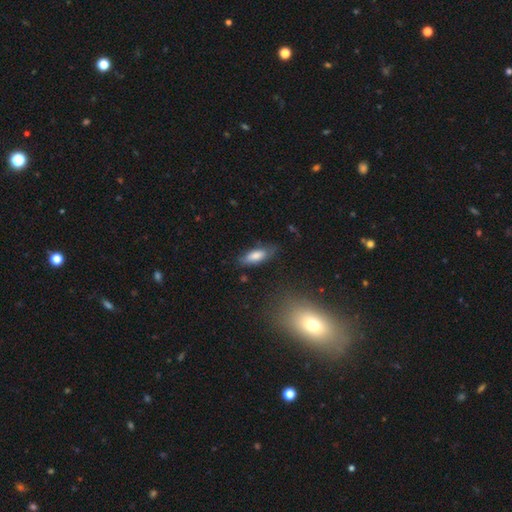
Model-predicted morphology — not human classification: smooth-or-featured: smooth: 76% | featured or disk: 17% | star or artifact: 7%
  how-rounded: in between: 72% | cigar-shaped: 26% | round: 2%
  merging: none: 71% | minor disturbance: 21% | major disturbance: 5% | merger: 2%